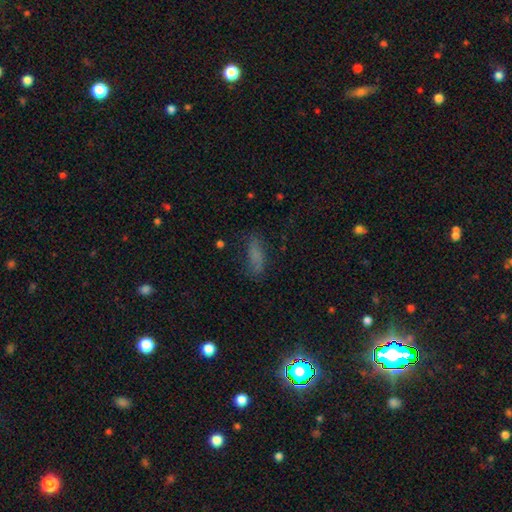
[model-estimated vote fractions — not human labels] Morphology: type=smooth (65%); roundness=in between (69%); merging=none (62%).